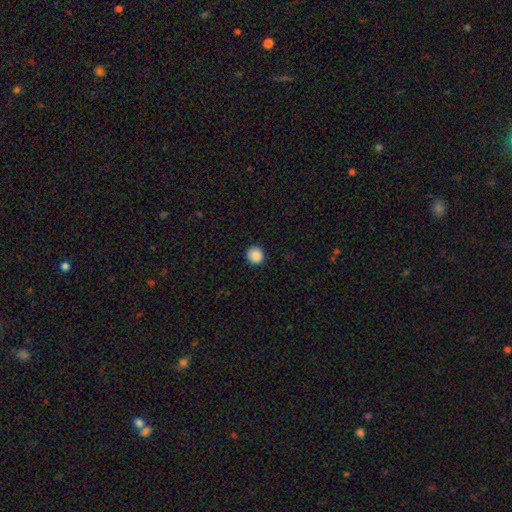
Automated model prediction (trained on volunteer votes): Smooth or featured? Predicted: smooth (p=0.88). How rounded? Predicted: round (p=0.92). Merging? Predicted: none (p=0.92).